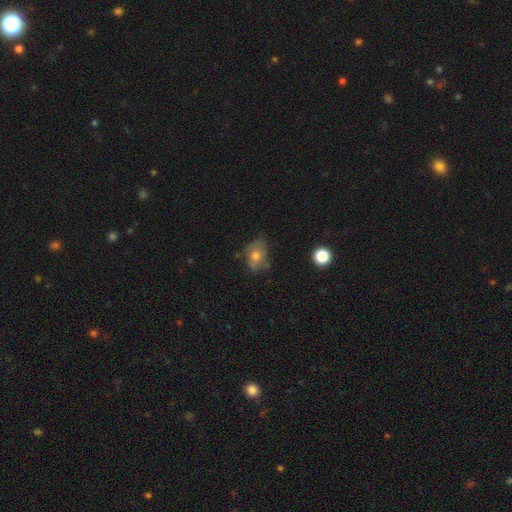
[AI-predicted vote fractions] smooth_or_featured: smooth (p=0.58) [alt: featured or disk p=0.32]
how_rounded: in between (p=0.68) [alt: round p=0.31]
merging: none (p=0.47) [alt: minor disturbance p=0.33]